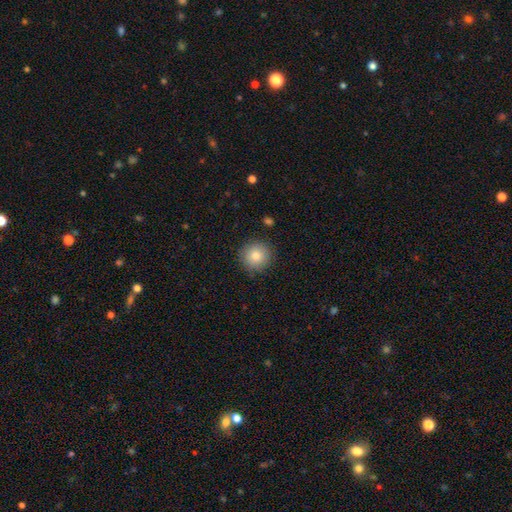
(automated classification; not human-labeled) Morphology: type=smooth (84%); roundness=round (93%); merging=none (90%).